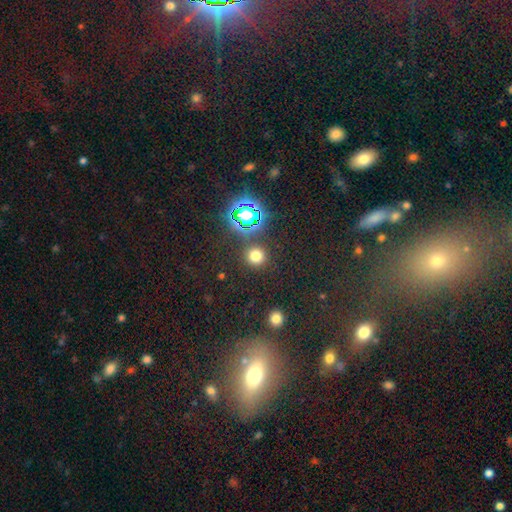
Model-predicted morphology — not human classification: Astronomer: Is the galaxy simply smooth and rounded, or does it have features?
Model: smooth — 68%.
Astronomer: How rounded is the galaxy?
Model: round — 93%.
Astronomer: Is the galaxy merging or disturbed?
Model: none — 88%.